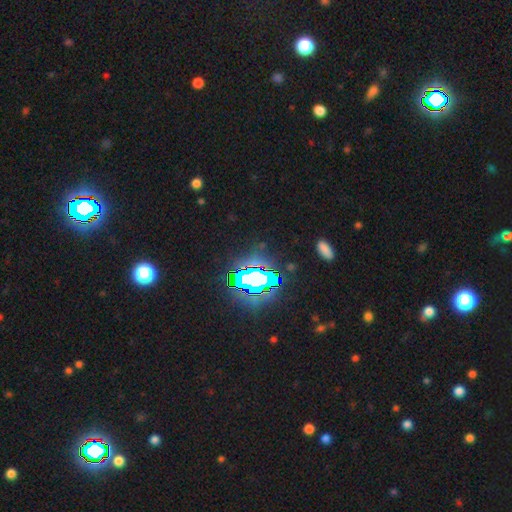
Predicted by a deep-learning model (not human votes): Smooth or featured? star or artifact (73%)